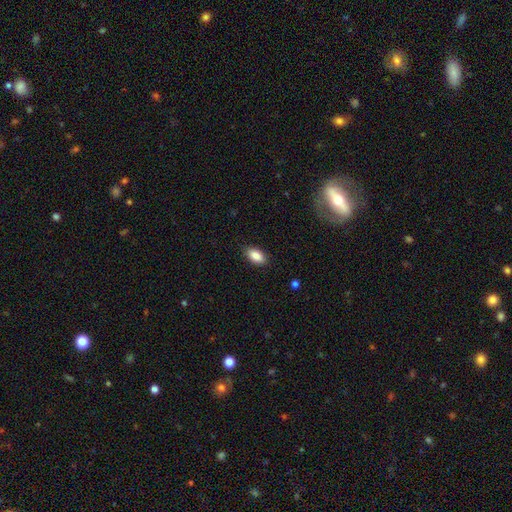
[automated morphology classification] A smooth galaxy with no disk features (88%) that is in between round and cigar-shaped (93%).

Vote fractions:
- Smooth or featured? smooth: 88% / star or artifact: 7% / featured or disk: 5%
- How rounded? in between: 93% / round: 4% / cigar-shaped: 3%
- Merging? none: 87% / minor disturbance: 10% / major disturbance: 2% / merger: 1%